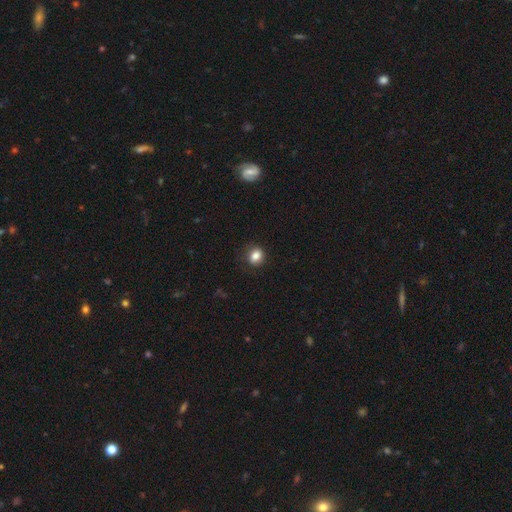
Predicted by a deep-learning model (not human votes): Q: Smooth or featured?
A: smooth (83%); runner-up: star or artifact (10%)
Q: How rounded?
A: round (59%); runner-up: in between (40%)
Q: Merging?
A: none (81%); runner-up: minor disturbance (14%)